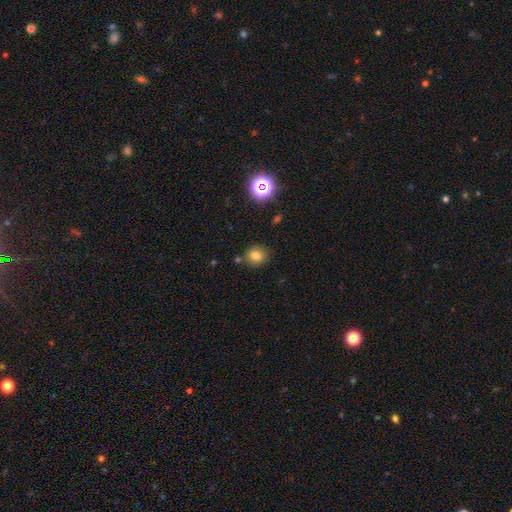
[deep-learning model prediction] This is likely a smooth galaxy (78%). How rounded: clearly round (80%). Merging: likely none (79%).